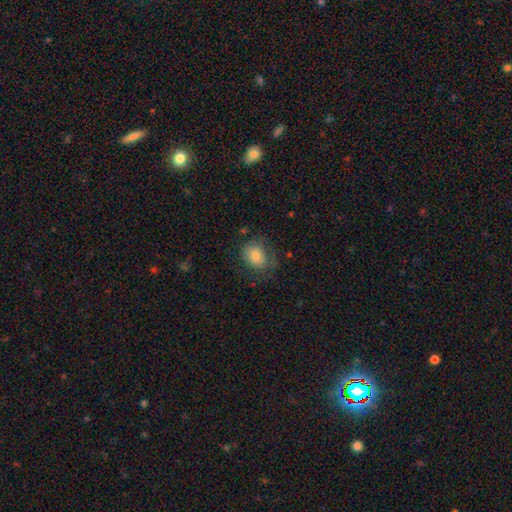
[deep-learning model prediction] Smooth or featured? Predicted: smooth (p=0.75). How rounded? Predicted: in between (p=0.53). Merging? Predicted: none (p=0.62).